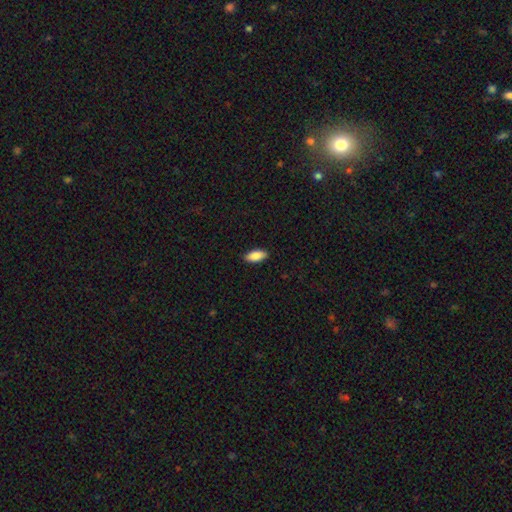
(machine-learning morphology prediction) Overall: smooth (87%). How rounded: in between (88%). Merging: none (89%).